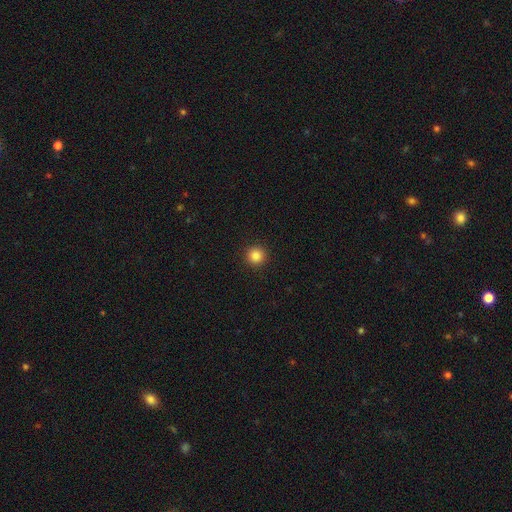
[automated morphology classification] Overall: smooth (85%). How rounded: round (95%). Merging: none (93%).